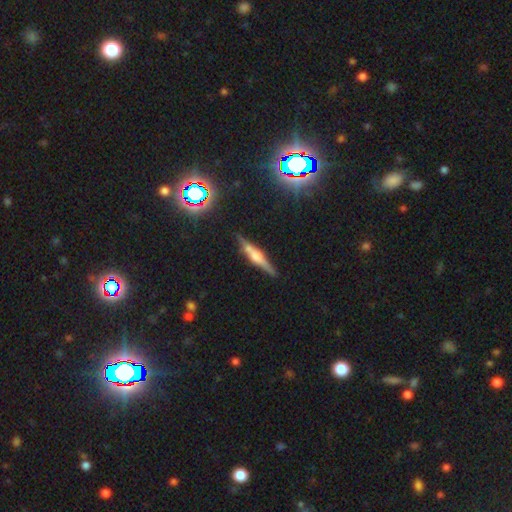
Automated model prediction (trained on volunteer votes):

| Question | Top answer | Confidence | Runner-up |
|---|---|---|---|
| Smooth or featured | featured or disk | 65% | smooth (24%) |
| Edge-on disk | yes | 96% | no (4%) |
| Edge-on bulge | rounded | 65% | boxy (27%) |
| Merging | none | 83% | minor disturbance (11%) |